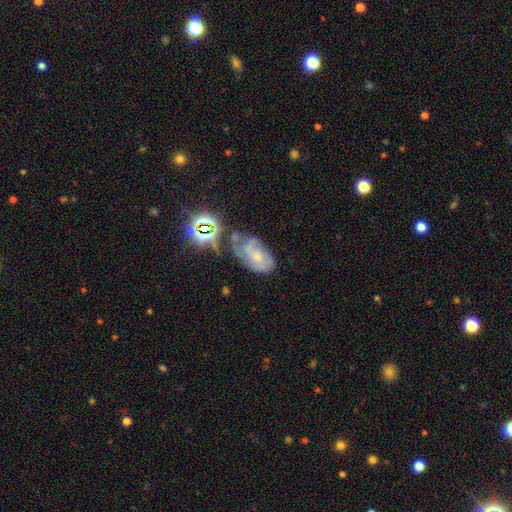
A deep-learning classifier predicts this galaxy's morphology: type=featured or disk (61%); edge-on=no (96%); bar=no (68%); spiral arms=yes (84%); bulge=small (63%); merging=none (44%).